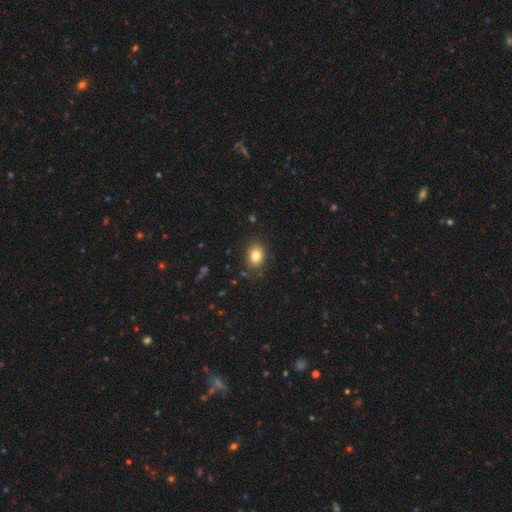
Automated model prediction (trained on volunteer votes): smooth_or_featured: smooth (p=0.83) [alt: star or artifact p=0.10]
how_rounded: in between (p=0.66) [alt: round p=0.33]
merging: none (p=0.86) [alt: minor disturbance p=0.10]